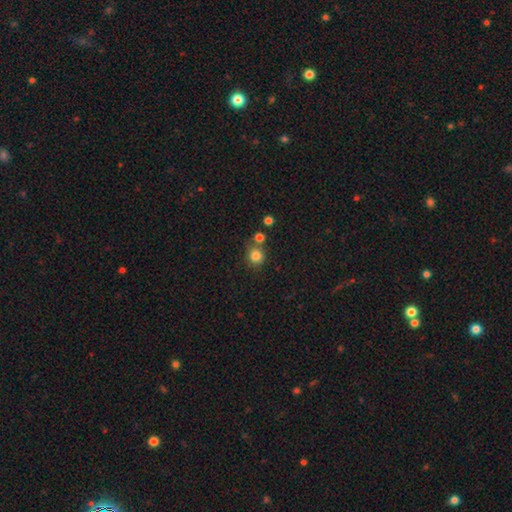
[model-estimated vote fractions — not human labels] Overall: smooth (82%). How rounded: round (88%). Merging: none (69%).